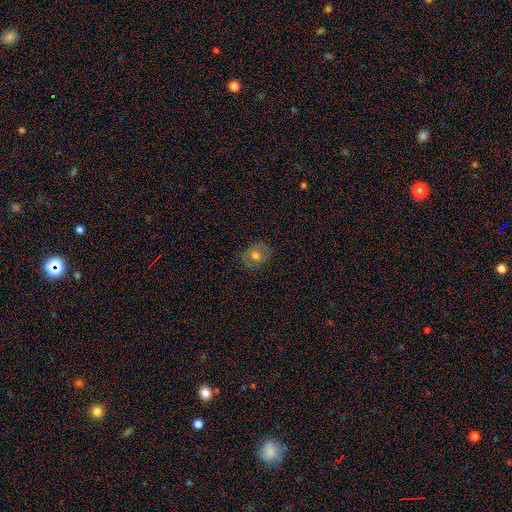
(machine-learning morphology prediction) smooth 56%, featured or disk 32%, star or artifact 12%. Down the decision tree: how rounded — round (57%); merging — none (77%).